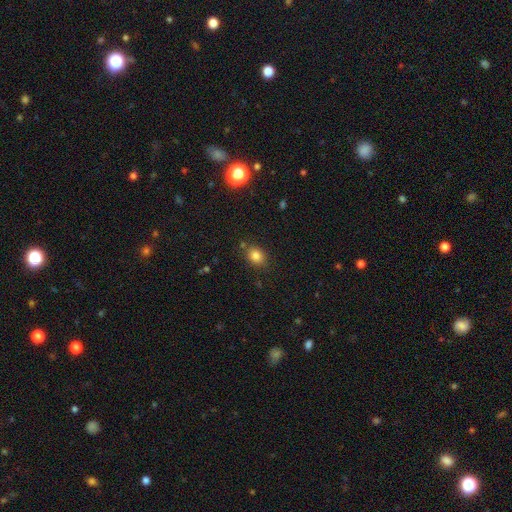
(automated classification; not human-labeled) Smooth or featured? smooth (82%)
How rounded? in between (50%)
Merging? none (80%)